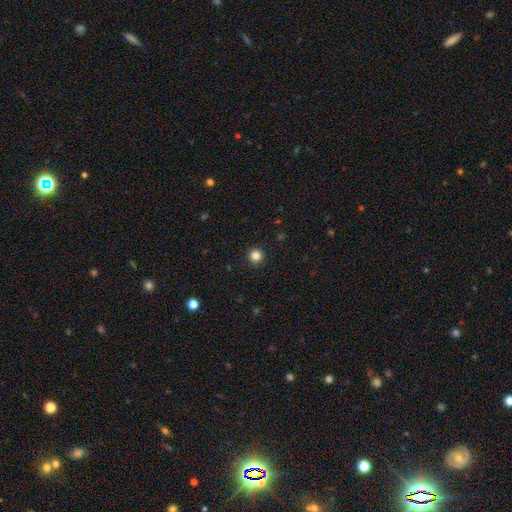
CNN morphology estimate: smooth 84%, star or artifact 12%, featured or disk 4%. Down the decision tree: how rounded — round (95%); merging — none (93%).